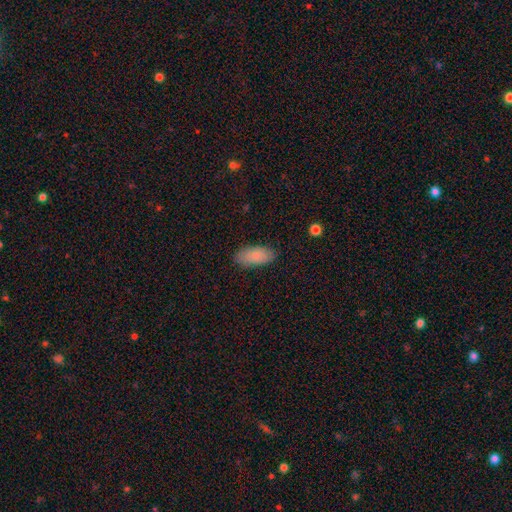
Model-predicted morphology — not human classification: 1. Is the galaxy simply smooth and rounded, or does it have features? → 83% smooth, 10% featured or disk, 7% star or artifact.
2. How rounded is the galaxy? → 89% in between, 8% cigar-shaped, 2% round.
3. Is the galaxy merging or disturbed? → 84% none, 13% minor disturbance, 2% major disturbance, 1% merger.